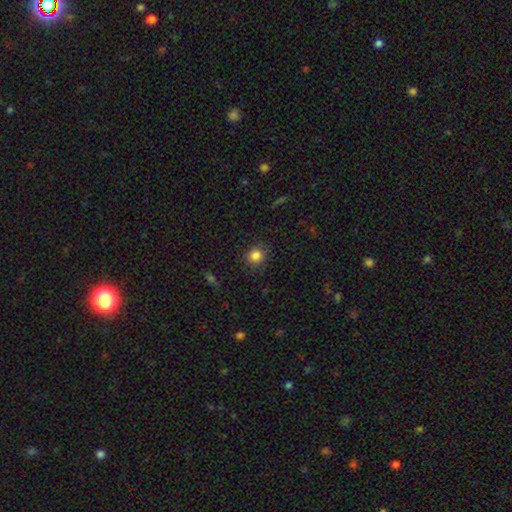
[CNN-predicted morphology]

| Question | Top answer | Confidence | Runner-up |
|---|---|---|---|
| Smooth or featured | smooth | 85% | star or artifact (11%) |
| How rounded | round | 88% | in between (11%) |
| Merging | none | 86% | minor disturbance (10%) |